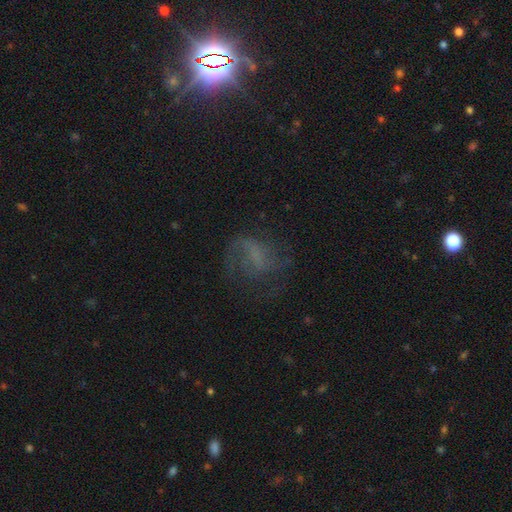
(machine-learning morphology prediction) The model was most divided on "bar": no: 47%, weak: 39%, strong: 14%. More confident: edge-on disk — no (96%); spiral arms — yes (73%); bulge size — none (60%); smooth or featured — featured or disk (54%); merging — none (53%).